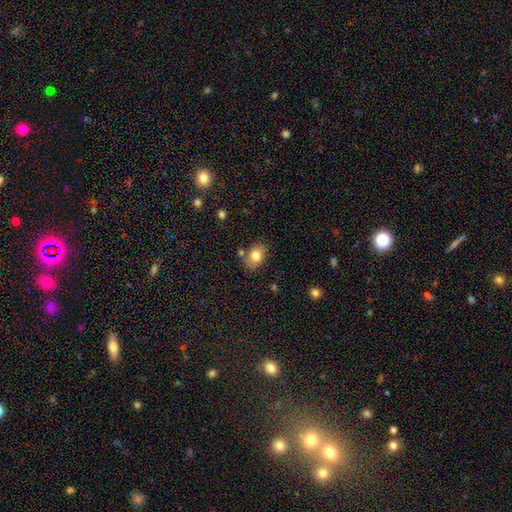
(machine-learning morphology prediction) type=smooth (79%); roundness=in between (67%); merging=none (69%).